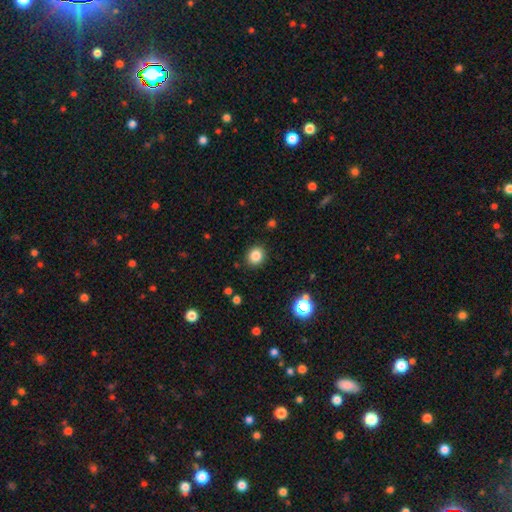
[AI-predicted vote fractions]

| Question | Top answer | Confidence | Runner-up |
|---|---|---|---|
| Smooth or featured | smooth | 84% | star or artifact (11%) |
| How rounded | round | 72% | in between (27%) |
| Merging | none | 89% | minor disturbance (7%) |